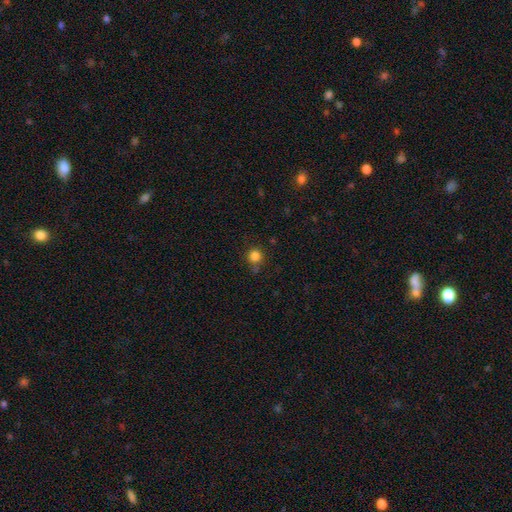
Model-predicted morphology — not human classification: Overall: smooth (83%). How rounded: round (93%). Merging: none (77%).